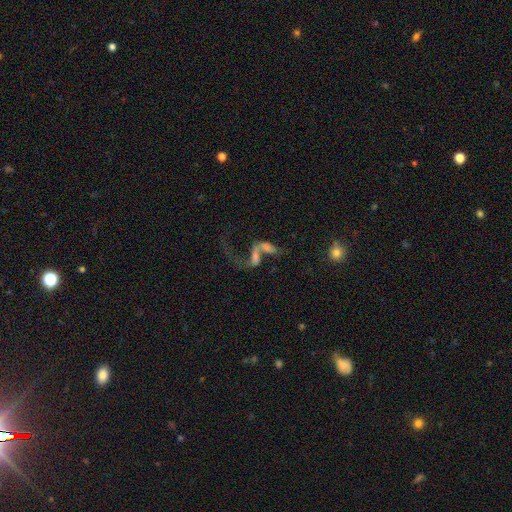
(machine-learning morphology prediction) This is possibly a featured or disk galaxy (59%). It is clearly not viewed edge-on (92%). Bar: possibly no (59%). Spiral arm pattern: likely yes (62%). Central bulge: marginally none (38%). Merging: possibly merger (57%).